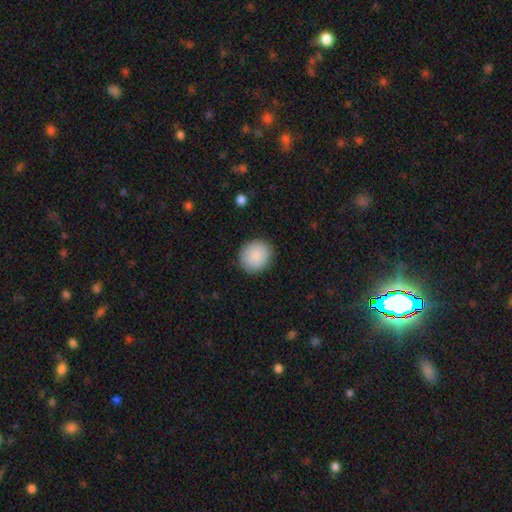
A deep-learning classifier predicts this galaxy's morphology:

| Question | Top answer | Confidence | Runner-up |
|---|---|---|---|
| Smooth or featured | smooth | 89% | star or artifact (6%) |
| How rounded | round | 84% | in between (16%) |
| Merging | none | 89% | minor disturbance (8%) |